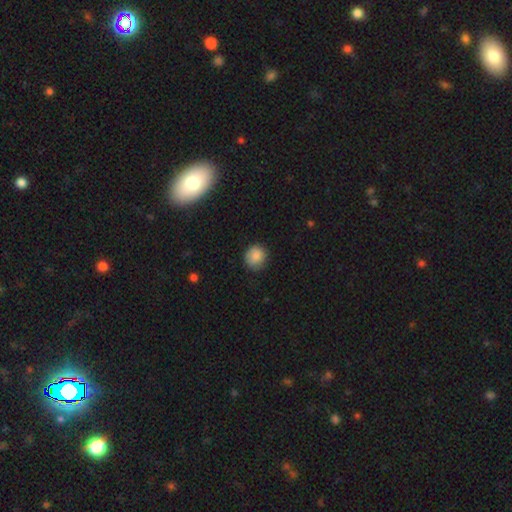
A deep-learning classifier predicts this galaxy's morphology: This is clearly a smooth galaxy (85%). How rounded: clearly round (84%). Merging: clearly none (81%).